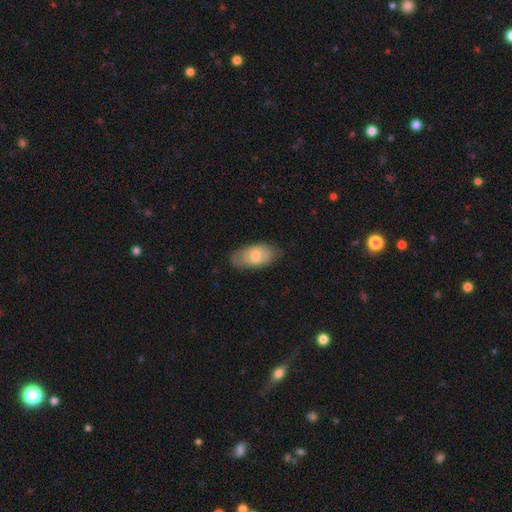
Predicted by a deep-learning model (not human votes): Morphology: type=smooth (71%); roundness=in between (93%); merging=none (74%).